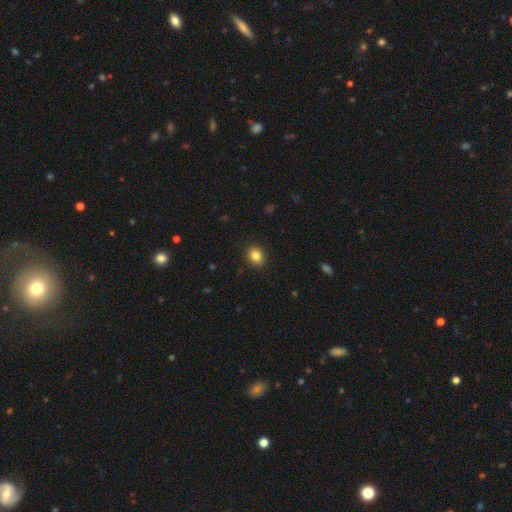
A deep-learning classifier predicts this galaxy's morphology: A smooth galaxy with no disk features (85%) that is round (56%). Merging: none (90%).